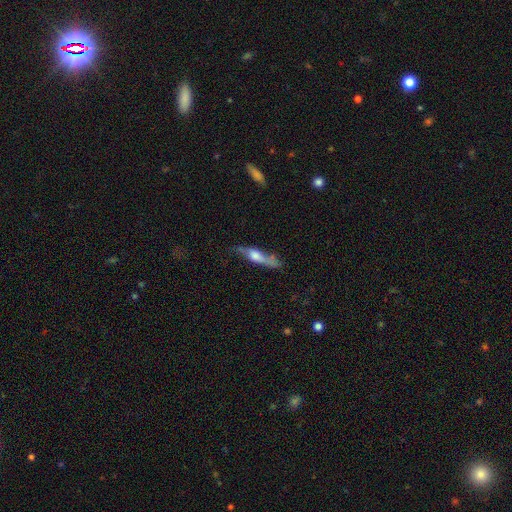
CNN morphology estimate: Q: Smooth or featured?
A: featured or disk (56%); runner-up: smooth (38%)
Q: Edge-on disk?
A: yes (76%); runner-up: no (24%)
Q: Merging?
A: none (55%); runner-up: minor disturbance (26%)